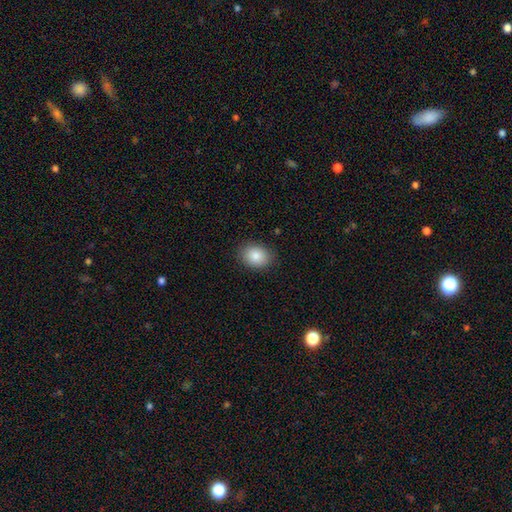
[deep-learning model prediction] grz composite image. It shows a smooth galaxy with no disk features (86%) that is in between round and cigar-shaped (60%). Merging: none (87%).